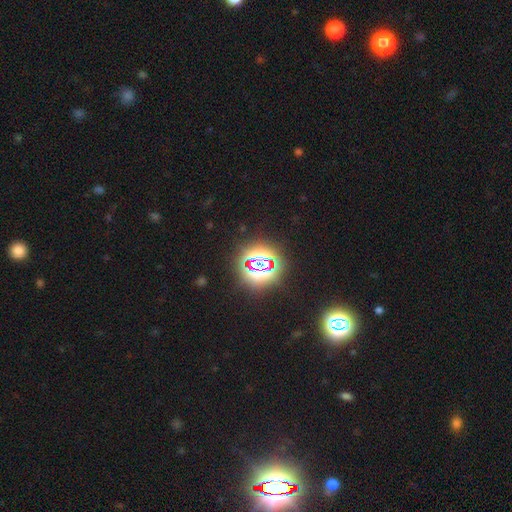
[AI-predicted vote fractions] A star or artifact, not a galaxy (79%).

Vote fractions:
- Smooth or featured? star or artifact: 79% / smooth: 15% / featured or disk: 6%